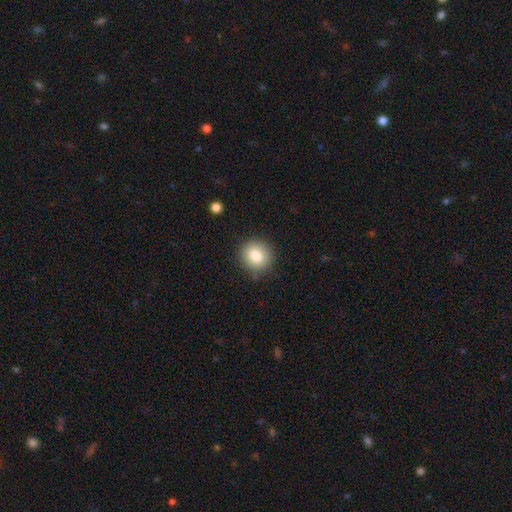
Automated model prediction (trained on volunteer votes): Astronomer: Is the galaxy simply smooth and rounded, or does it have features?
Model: smooth — 82%.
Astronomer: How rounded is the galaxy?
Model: round — 87%.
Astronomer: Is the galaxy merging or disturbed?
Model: none — 86%.